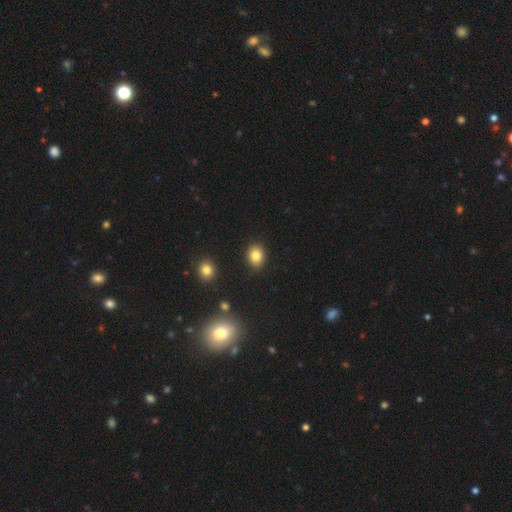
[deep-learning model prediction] Smooth or featured? Predicted: smooth (p=0.83). How rounded? Predicted: round (p=0.54). Merging? Predicted: none (p=0.89).